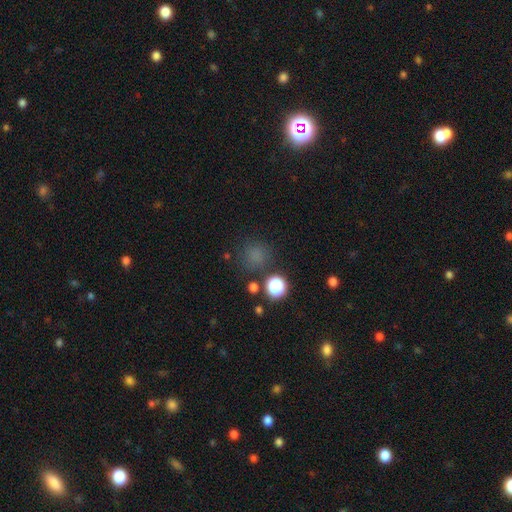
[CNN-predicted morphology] Smooth or featured? smooth (71%)
How rounded? round (88%)
Merging? none (78%)